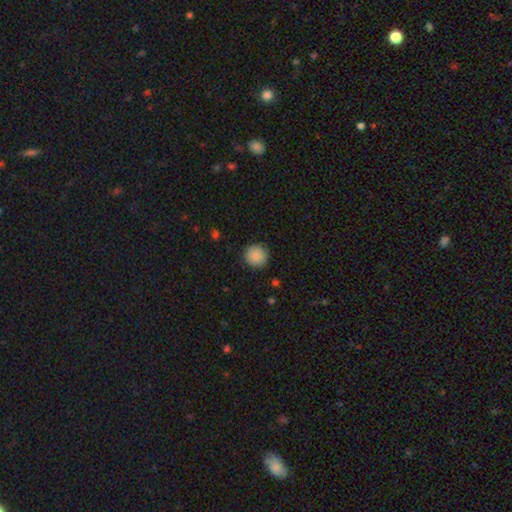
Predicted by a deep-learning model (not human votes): A smooth galaxy with no disk features (86%) that is round (94%).

Vote fractions:
- Smooth or featured? smooth: 86% / star or artifact: 7% / featured or disk: 7%
- How rounded? round: 94% / in between: 5% / cigar-shaped: 1%
- Merging? none: 86% / minor disturbance: 11% / major disturbance: 2% / merger: 1%